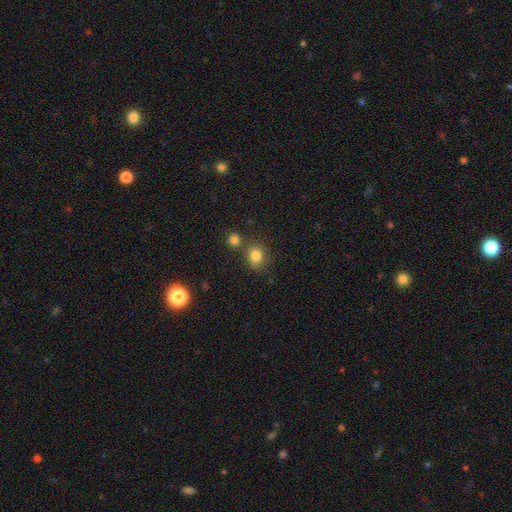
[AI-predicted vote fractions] A smooth galaxy with no disk features (82%) that is round (77%).

Vote fractions:
- Smooth or featured? smooth: 82% / star or artifact: 12% / featured or disk: 6%
- How rounded? round: 77% / in between: 22% / cigar-shaped: 1%
- Merging? none: 65% / merger: 17% / minor disturbance: 13% / major disturbance: 5%